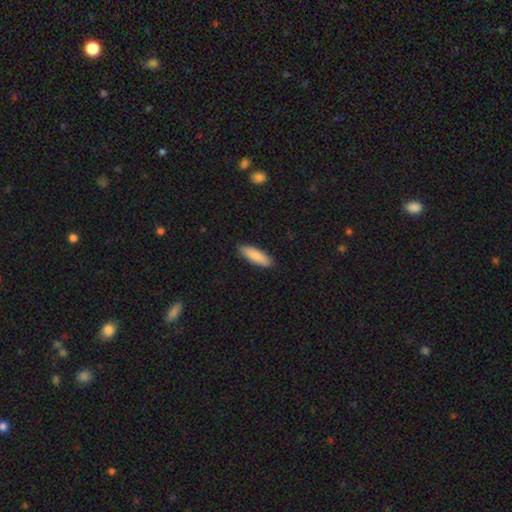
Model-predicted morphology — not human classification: This is clearly a smooth galaxy (87%). How rounded: possibly cigar-shaped (51%). Merging: clearly none (89%).